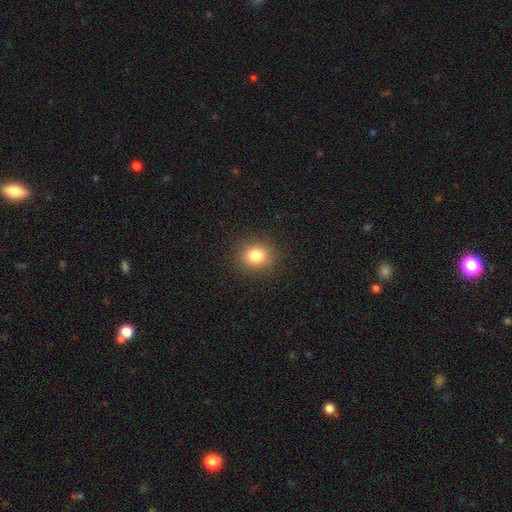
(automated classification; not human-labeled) This appears to be a smooth galaxy with no disk features (81%) that is round (80%). Merging: none (89%).